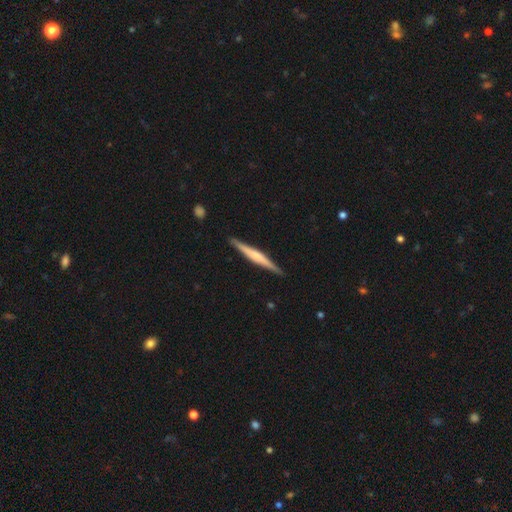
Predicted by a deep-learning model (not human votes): A featured or disk galaxy (66%) viewed edge-on (98%) with a rounded central bulge (56%).

Vote fractions:
- Smooth or featured? featured or disk: 66% / smooth: 29% / star or artifact: 5%
- Edge-on disk? yes: 98% / no: 2%
- Edge-on bulge? rounded: 56% / none: 24% / boxy: 20%
- Merging? none: 90% / minor disturbance: 7% / major disturbance: 1% / merger: 1%